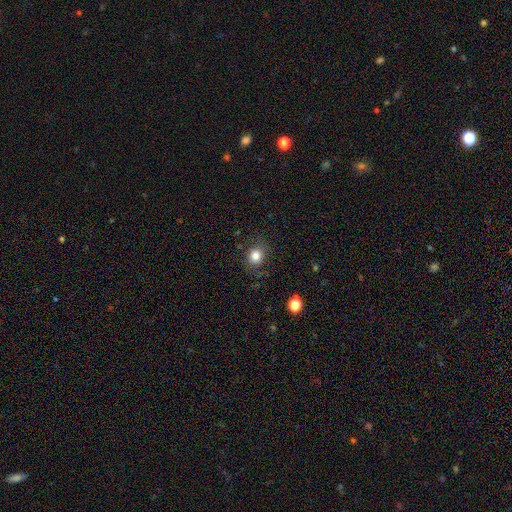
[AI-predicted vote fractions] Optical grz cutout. It shows a smooth galaxy with no disk features (82%) that is round (66%). Merging: none (80%).